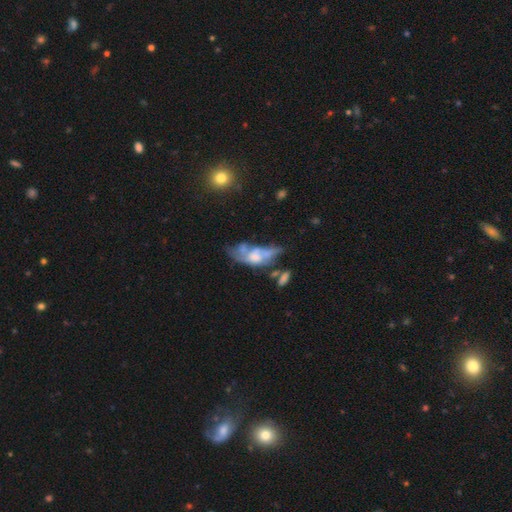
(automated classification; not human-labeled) Smooth or featured? featured or disk (55%)
Edge-on disk? no (84%)
Merging? major disturbance (30%)